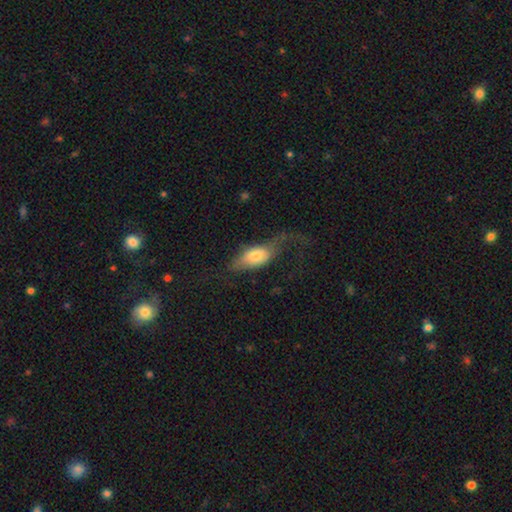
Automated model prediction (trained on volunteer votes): Smooth or featured? smooth (65%)
How rounded? in between (83%)
Merging? major disturbance (48%)